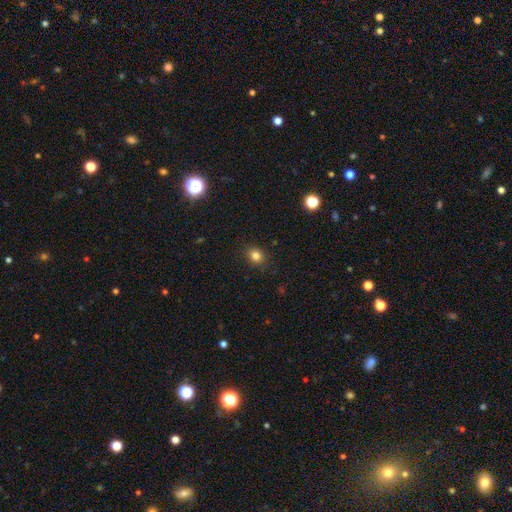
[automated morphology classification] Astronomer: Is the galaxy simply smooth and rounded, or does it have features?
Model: smooth — 82%.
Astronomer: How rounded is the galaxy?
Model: round — 63%.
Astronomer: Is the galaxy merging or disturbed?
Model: none — 88%.